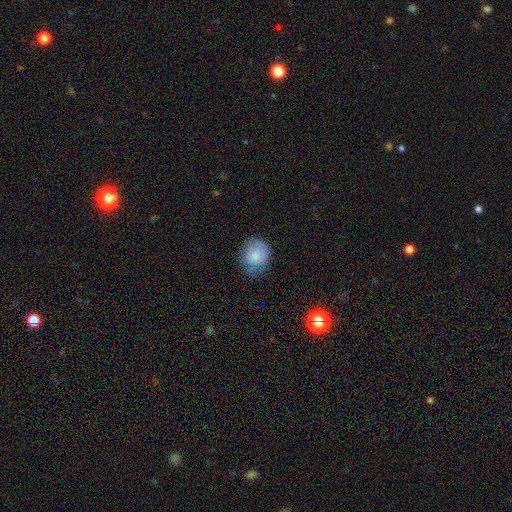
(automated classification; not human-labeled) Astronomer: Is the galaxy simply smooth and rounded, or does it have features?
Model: smooth — 80%.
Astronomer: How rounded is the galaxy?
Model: round — 70%.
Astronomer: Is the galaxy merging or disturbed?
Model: none — 61%.